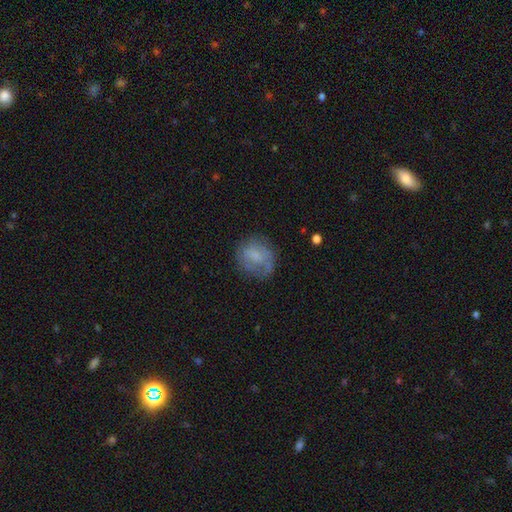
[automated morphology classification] The model was most divided on "smooth or featured": smooth: 61%, featured or disk: 29%, star or artifact: 10%. More confident: how rounded — round (72%); merging — none (59%).